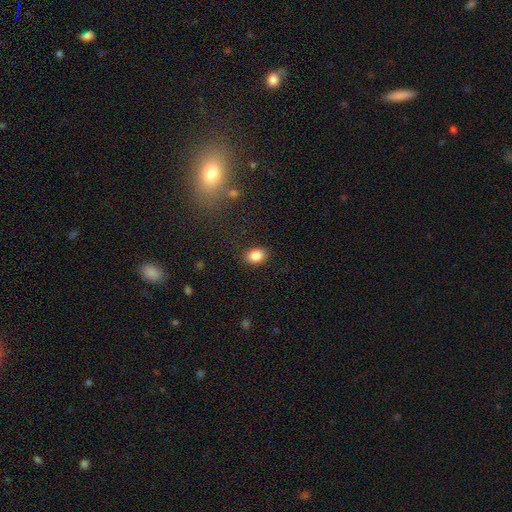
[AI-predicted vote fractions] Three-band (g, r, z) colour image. It shows a smooth galaxy with no disk features (85%) that is in between round and cigar-shaped (73%). Merging: none (86%).